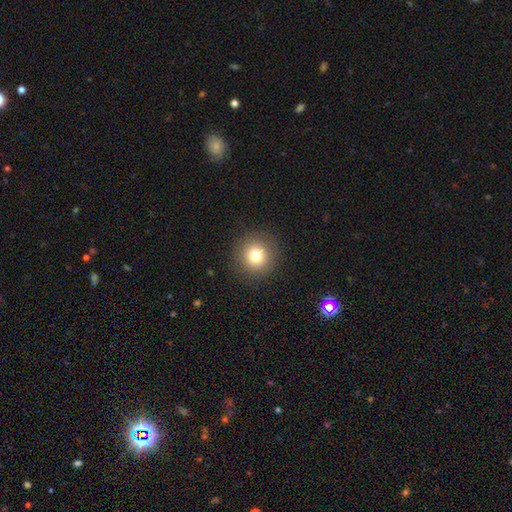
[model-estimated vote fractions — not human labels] Q: Smooth or featured?
A: smooth (79%); runner-up: star or artifact (13%)
Q: How rounded?
A: round (95%); runner-up: in between (5%)
Q: Merging?
A: none (91%); runner-up: minor disturbance (6%)